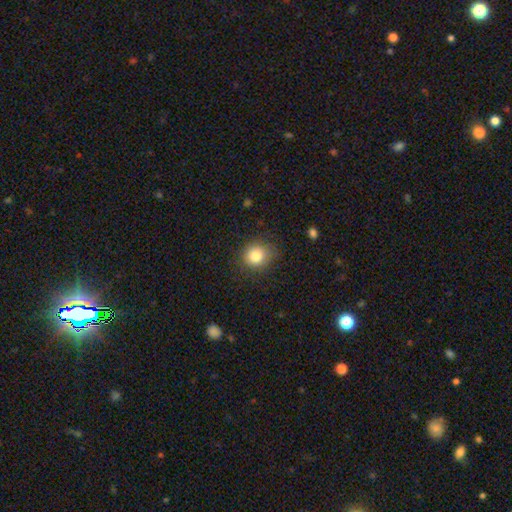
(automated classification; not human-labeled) Morphology: type=smooth (82%); roundness=round (79%); merging=none (81%).